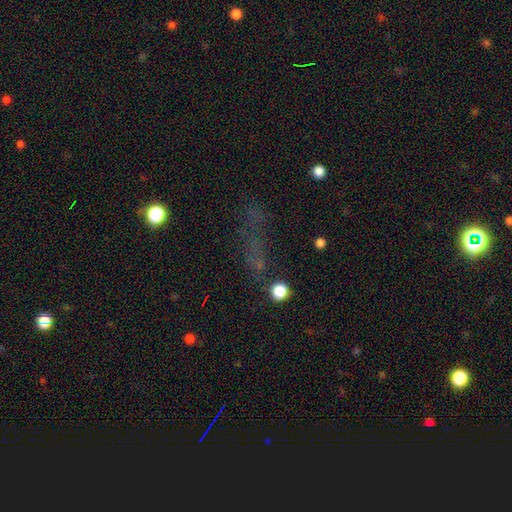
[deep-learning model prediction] This is possibly a star or artifact rather than a galaxy (47%).